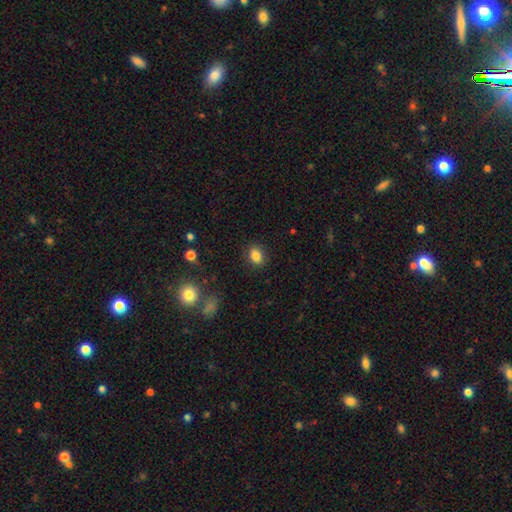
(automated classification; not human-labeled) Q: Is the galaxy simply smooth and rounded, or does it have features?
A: smooth — 84%.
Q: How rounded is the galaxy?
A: in between — 64%.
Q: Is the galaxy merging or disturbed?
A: none — 87%.